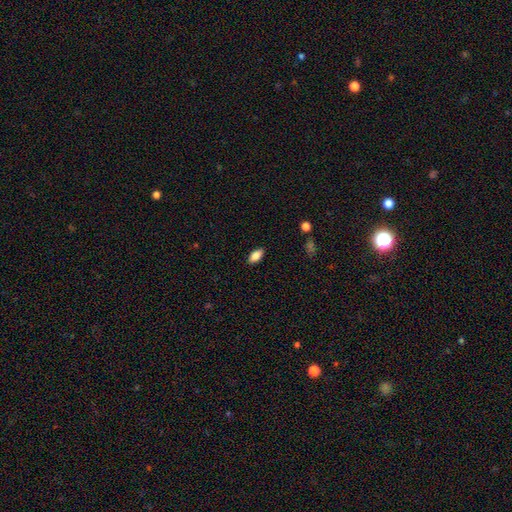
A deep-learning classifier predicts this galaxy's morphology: Smooth or featured: smooth — 84% (featured or disk — 9%)
How rounded: in between — 89% (cigar-shaped — 8%)
Merging: none — 88% (minor disturbance — 9%)